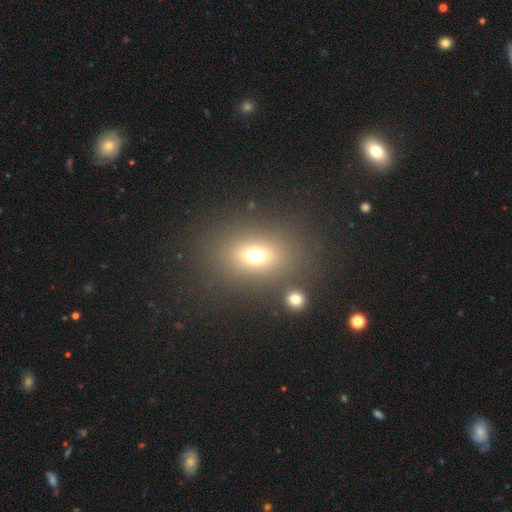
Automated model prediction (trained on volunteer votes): This is likely a smooth galaxy (68%). How rounded: possibly in between (60%). Merging: likely none (76%).